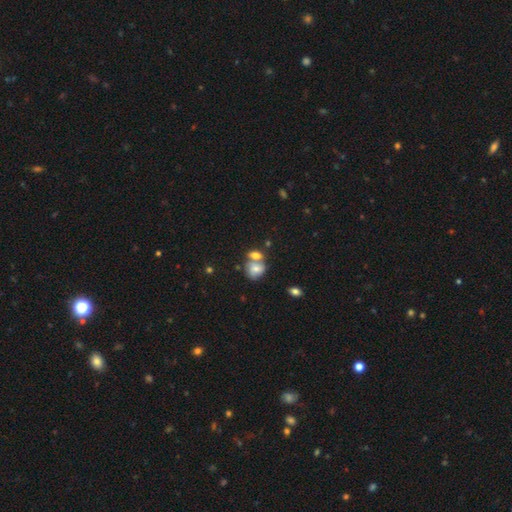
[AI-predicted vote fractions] smooth 69%, featured or disk 20%, star or artifact 11%. Down the decision tree: how rounded — in between (56%); merging — merger (51%).